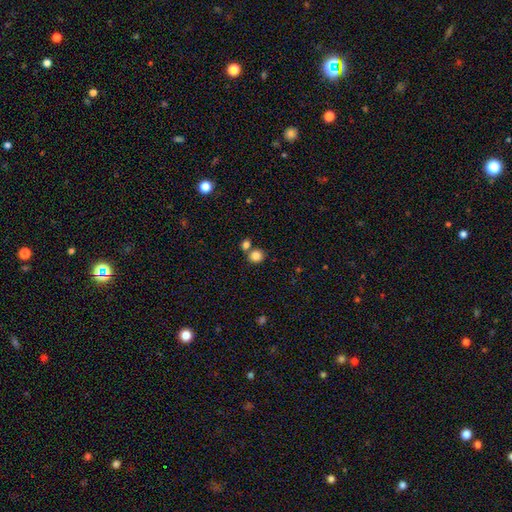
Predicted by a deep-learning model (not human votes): This appears to be a smooth galaxy with no disk features (84%) that is round (79%). Merging: none (63%).